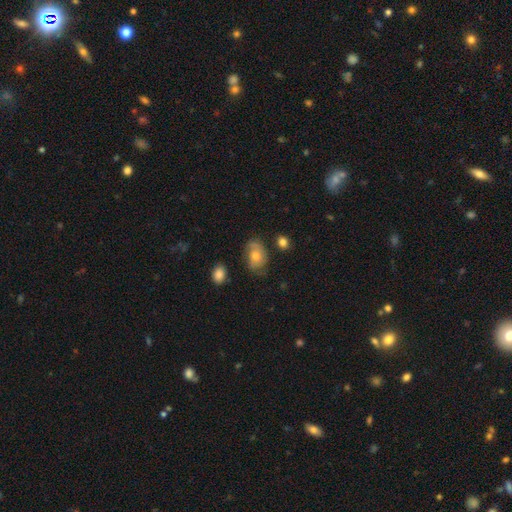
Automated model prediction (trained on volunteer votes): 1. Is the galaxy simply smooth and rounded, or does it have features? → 45% smooth, 44% featured or disk, 11% star or artifact.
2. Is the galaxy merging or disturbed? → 65% none, 23% minor disturbance, 9% major disturbance, 3% merger.